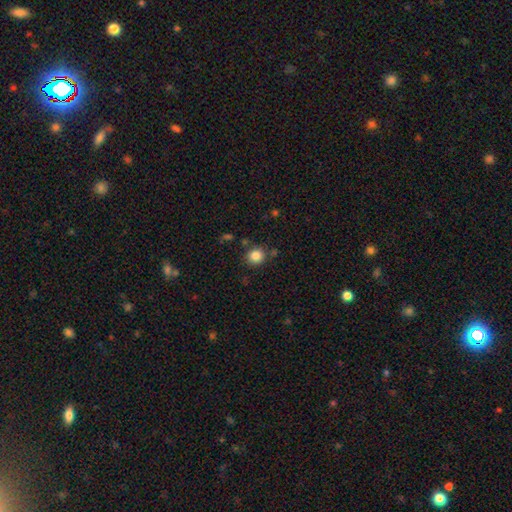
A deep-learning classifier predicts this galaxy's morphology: This appears to be a smooth galaxy with no disk features (85%) that is round (88%). Merging: none (83%).